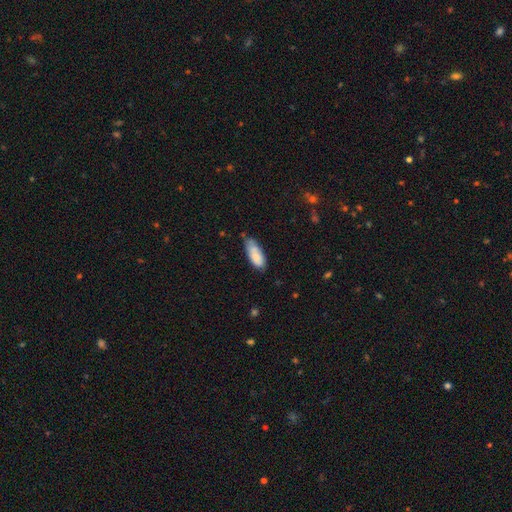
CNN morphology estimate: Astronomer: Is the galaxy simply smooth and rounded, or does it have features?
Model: smooth — 80%.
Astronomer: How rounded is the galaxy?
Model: in between — 78%.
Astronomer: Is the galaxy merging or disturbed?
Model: none — 53% (runner-up: minor disturbance, 36%).